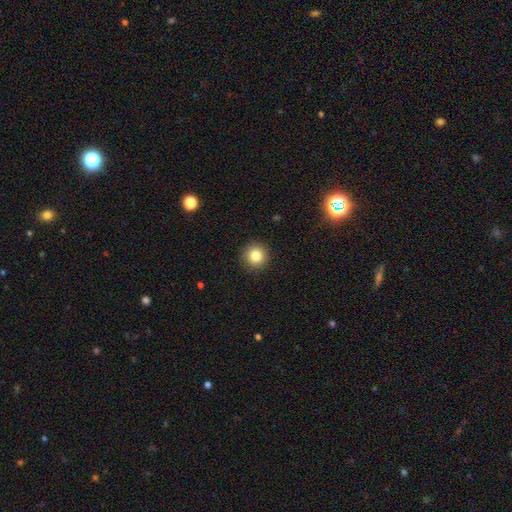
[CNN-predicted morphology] This is clearly a smooth galaxy (83%). How rounded: clearly round (95%). Merging: clearly none (92%).